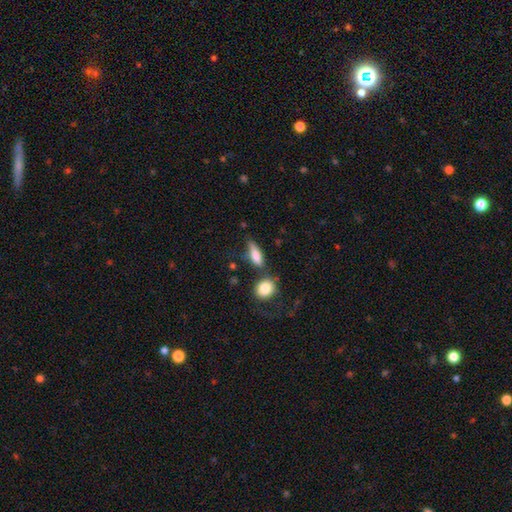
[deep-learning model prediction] Q: Smooth or featured?
A: smooth (70%); runner-up: featured or disk (21%)
Q: How rounded?
A: in between (56%); runner-up: cigar-shaped (37%)
Q: Merging?
A: none (51%); runner-up: minor disturbance (25%)